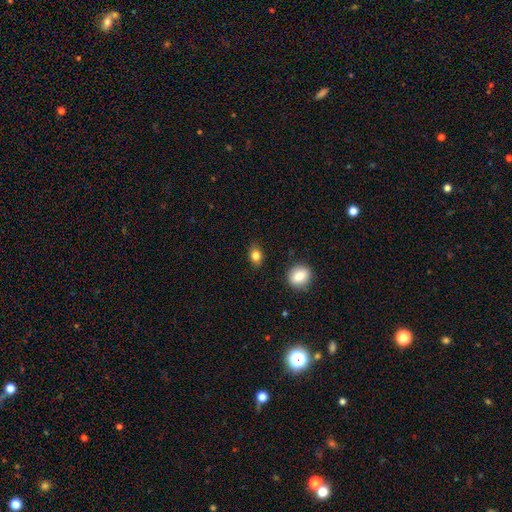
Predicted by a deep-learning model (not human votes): A smooth galaxy with no disk features (82%) that is in between round and cigar-shaped (67%).

Vote fractions:
- Smooth or featured? smooth: 82% / star or artifact: 10% / featured or disk: 8%
- How rounded? in between: 67% / round: 31% / cigar-shaped: 2%
- Merging? none: 84% / minor disturbance: 11% / major disturbance: 3% / merger: 2%